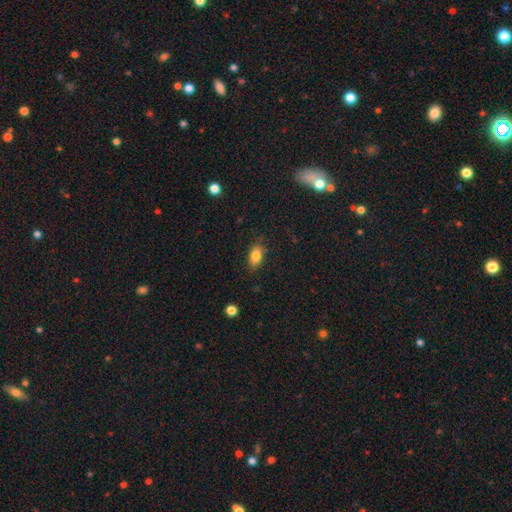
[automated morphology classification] Smooth or featured?
  - smooth: 83% *
  - star or artifact: 9%
  - featured or disk: 9%
How rounded?
  - in between: 87% *
  - round: 8%
  - cigar-shaped: 5%
Merging?
  - none: 80% *
  - minor disturbance: 15%
  - major disturbance: 3%
  - merger: 1%